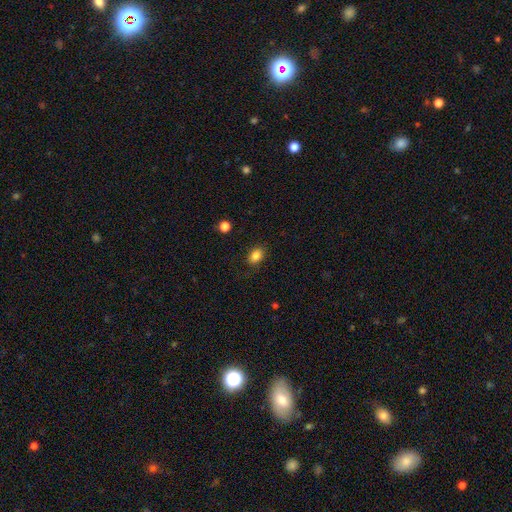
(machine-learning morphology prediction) Smooth or featured? smooth (85%)
How rounded? in between (73%)
Merging? none (83%)